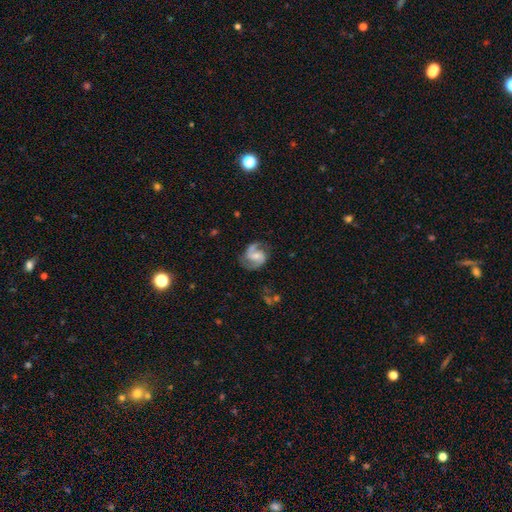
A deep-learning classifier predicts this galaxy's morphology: Smooth or featured? Predicted: featured or disk (p=0.85). Edge-on disk? Predicted: no (p=0.98). Bar? Predicted: weak (p=0.48). Spiral arms? Predicted: yes (p=0.96). Spiral winding? Predicted: medium (p=0.54). Spiral arm count? Predicted: 2 (p=0.91). Bulge size? Predicted: small (p=0.47). Merging? Predicted: none (p=0.73).